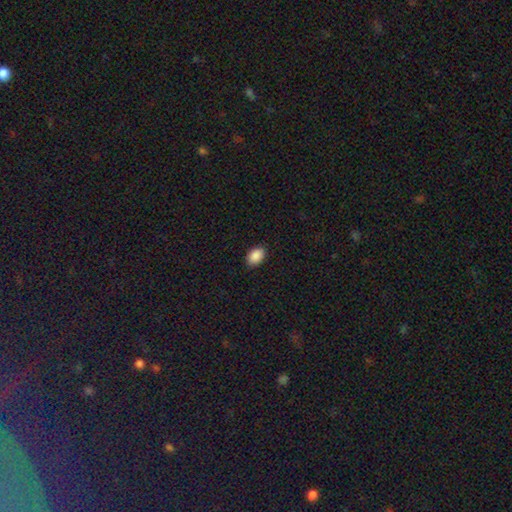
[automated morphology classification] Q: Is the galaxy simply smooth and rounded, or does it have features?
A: smooth — 90%.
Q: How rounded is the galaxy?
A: in between — 88%.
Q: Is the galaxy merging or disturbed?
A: none — 89%.